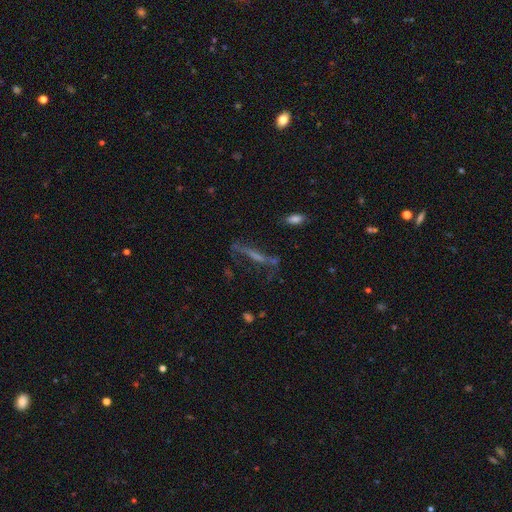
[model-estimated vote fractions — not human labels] Q: Smooth or featured?
A: featured or disk (55%); runner-up: smooth (25%)
Q: Edge-on disk?
A: yes (70%); runner-up: no (30%)
Q: Merging?
A: none (63%); runner-up: minor disturbance (18%)